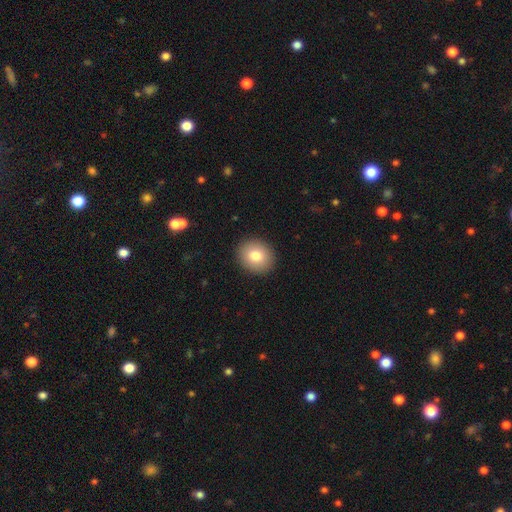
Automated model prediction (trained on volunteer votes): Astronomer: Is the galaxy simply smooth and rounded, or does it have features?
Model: smooth — 80%.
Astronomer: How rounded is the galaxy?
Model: round — 71%.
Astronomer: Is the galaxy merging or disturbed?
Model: none — 91%.